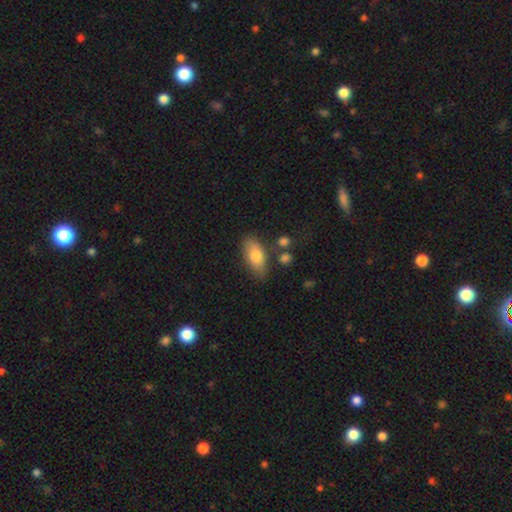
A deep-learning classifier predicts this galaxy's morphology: smooth-or-featured: smooth: 76% | featured or disk: 17% | star or artifact: 7%
  how-rounded: in between: 89% | cigar-shaped: 7% | round: 4%
  merging: none: 71% | minor disturbance: 18% | merger: 6% | major disturbance: 4%